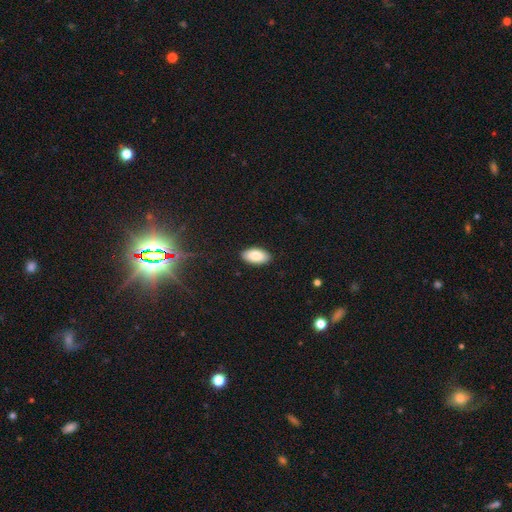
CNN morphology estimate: Q: Smooth or featured?
A: smooth (84%); runner-up: featured or disk (9%)
Q: How rounded?
A: in between (95%); runner-up: round (3%)
Q: Merging?
A: none (90%); runner-up: minor disturbance (8%)